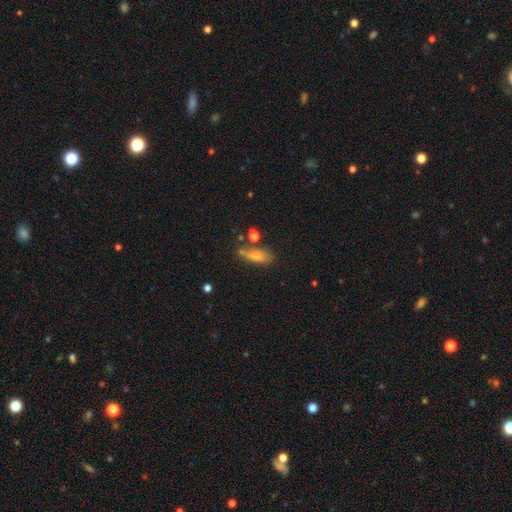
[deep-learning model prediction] This is likely a smooth galaxy (60%). How rounded: possibly in between (56%). Merging: possibly none (56%).